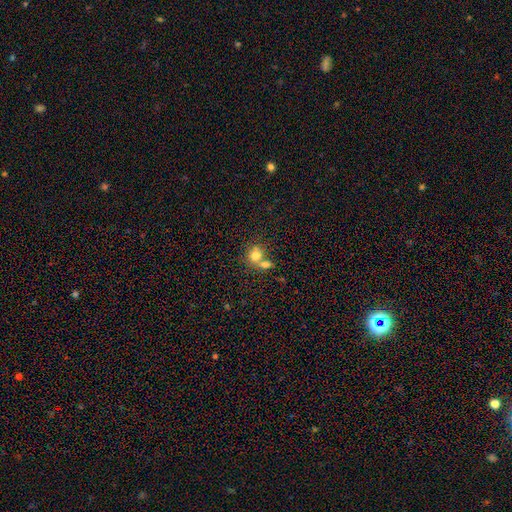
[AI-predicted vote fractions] Q: Smooth or featured?
A: smooth (77%); runner-up: featured or disk (12%)
Q: How rounded?
A: round (69%); runner-up: in between (30%)
Q: Merging?
A: merger (50%); runner-up: none (37%)